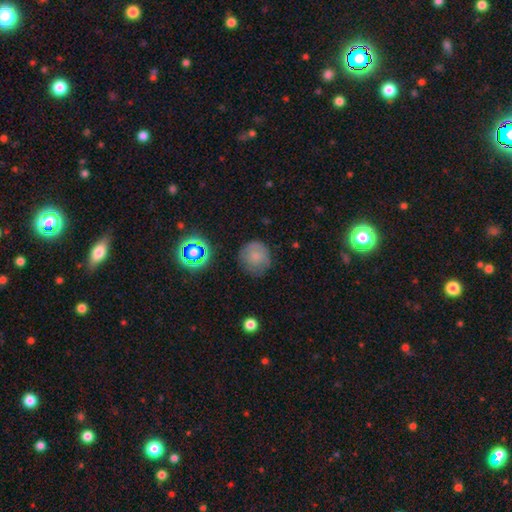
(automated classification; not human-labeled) smooth_or_featured: smooth (p=0.75) [alt: star or artifact p=0.13]
how_rounded: round (p=0.90) [alt: in between p=0.09]
merging: none (p=0.72) [alt: minor disturbance p=0.20]